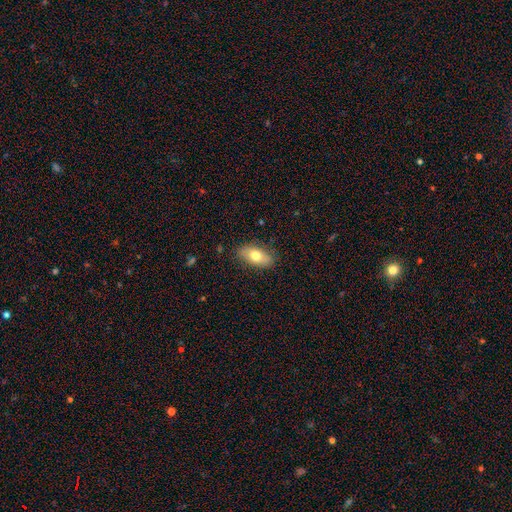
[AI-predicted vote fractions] Overall: smooth (72%). How rounded: in between (88%). Merging: none (84%).